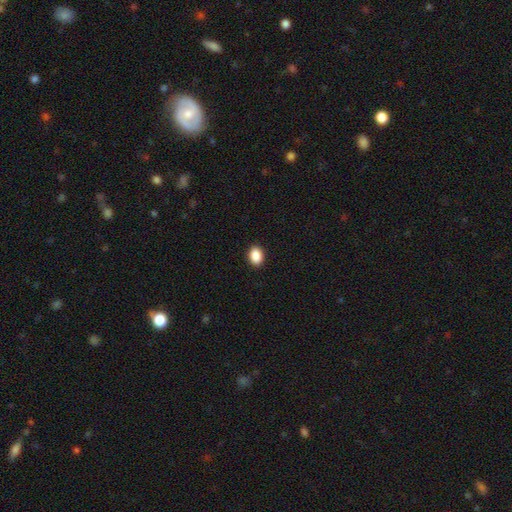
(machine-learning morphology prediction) type=smooth (89%); roundness=in between (71%); merging=none (91%).